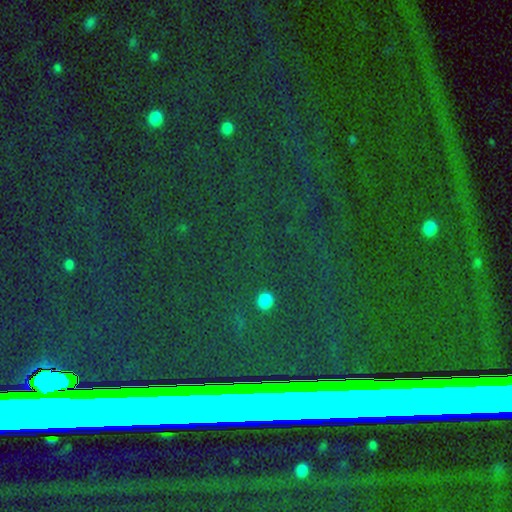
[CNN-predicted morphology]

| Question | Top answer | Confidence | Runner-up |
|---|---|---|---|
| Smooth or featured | star or artifact | 78% | smooth (12%) |